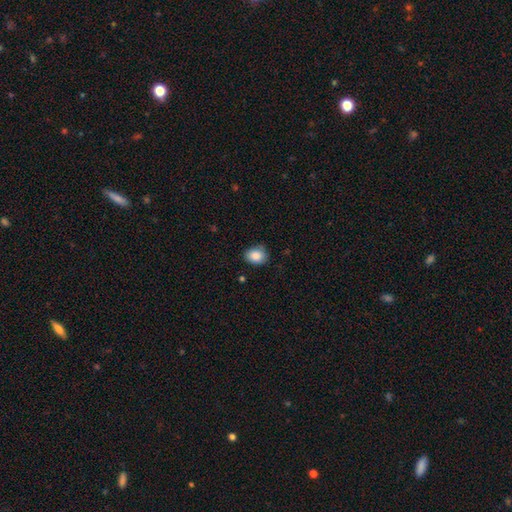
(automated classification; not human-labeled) Smooth or featured? Predicted: smooth (p=0.86). How rounded? Predicted: round (p=0.51). Merging? Predicted: none (p=0.76).